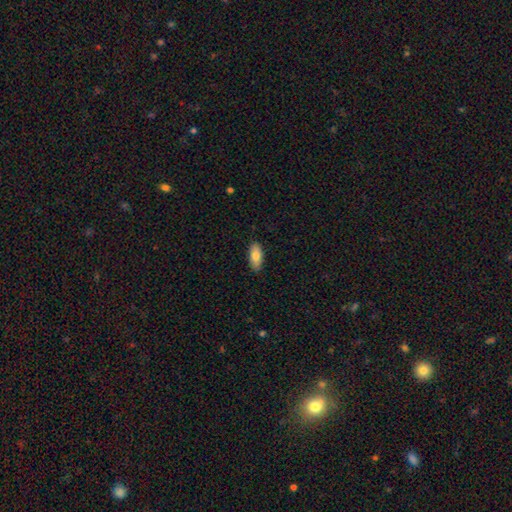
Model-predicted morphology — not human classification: Smooth or featured? Predicted: smooth (p=0.80). How rounded? Predicted: in between (p=0.85). Merging? Predicted: none (p=0.88).